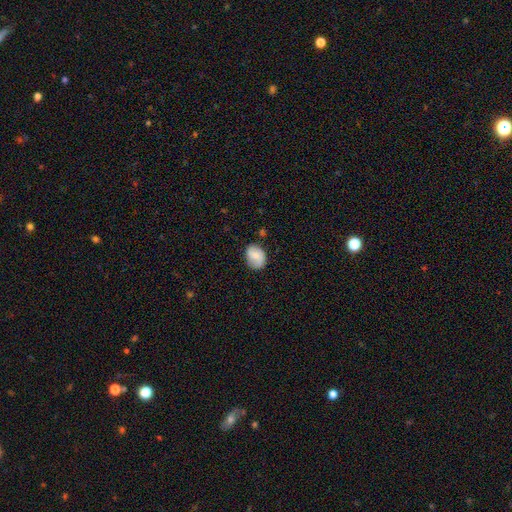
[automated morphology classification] smooth_or_featured: smooth (p=0.57) [alt: featured or disk p=0.35]
how_rounded: in between (p=0.59) [alt: round p=0.40]
merging: none (p=0.75) [alt: minor disturbance p=0.19]